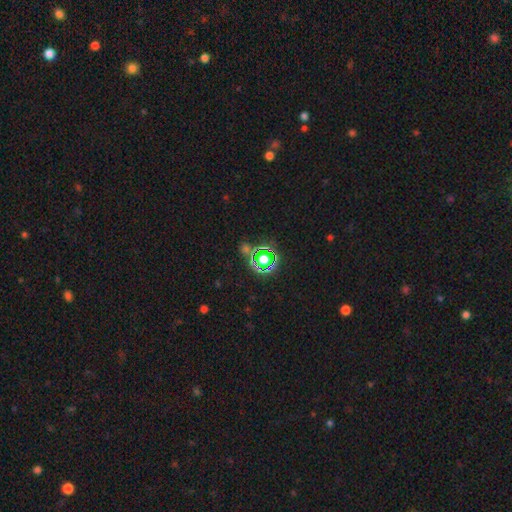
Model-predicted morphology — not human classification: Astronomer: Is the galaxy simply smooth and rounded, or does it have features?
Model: star or artifact — 77%.